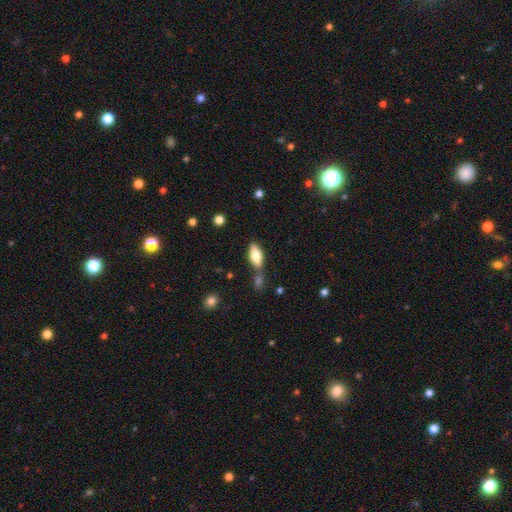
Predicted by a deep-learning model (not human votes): A smooth galaxy with no disk features (69%) that is in between round and cigar-shaped (80%). Merging: none (64%).